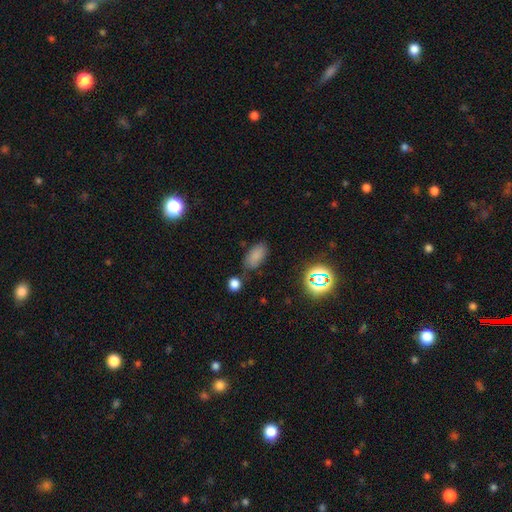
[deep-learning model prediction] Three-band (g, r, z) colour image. It shows a smooth galaxy with no disk features (79%) that is in between round and cigar-shaped (92%). Merging: none (69%).